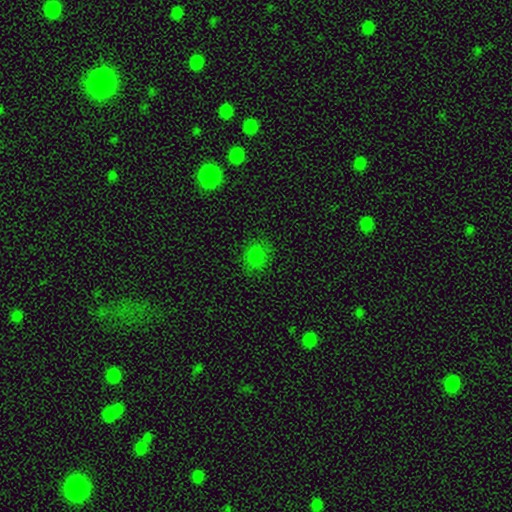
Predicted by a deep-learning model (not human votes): This is clearly a smooth galaxy (80%). How rounded: possibly round (52%). Merging: clearly none (83%).